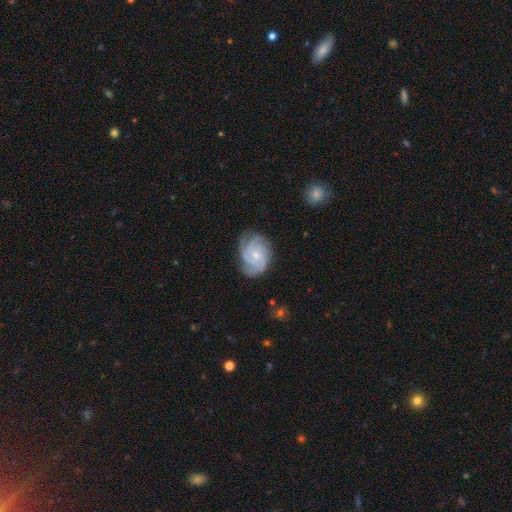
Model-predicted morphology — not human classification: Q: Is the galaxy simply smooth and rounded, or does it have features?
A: featured or disk — 80%.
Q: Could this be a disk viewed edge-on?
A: no — 98%.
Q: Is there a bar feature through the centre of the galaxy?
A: no — 74%.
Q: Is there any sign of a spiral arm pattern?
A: yes — 96%.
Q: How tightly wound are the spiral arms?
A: tight — 58%.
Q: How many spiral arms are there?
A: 3 — 34%.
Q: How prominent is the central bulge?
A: small — 69%.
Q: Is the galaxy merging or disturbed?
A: none — 70%.